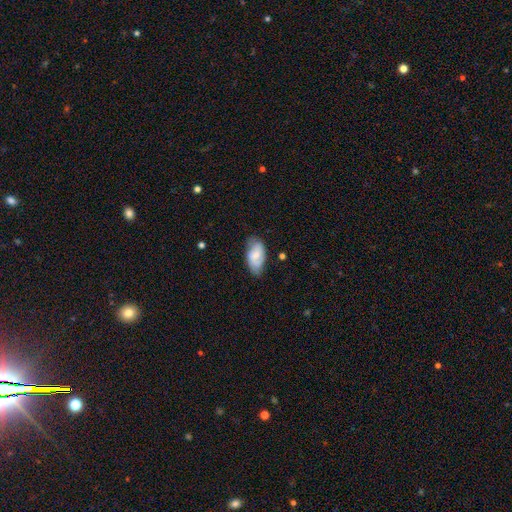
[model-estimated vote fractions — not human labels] This appears to be a smooth galaxy with no disk features (65%) that is in between round and cigar-shaped (94%). Merging: none (64%).